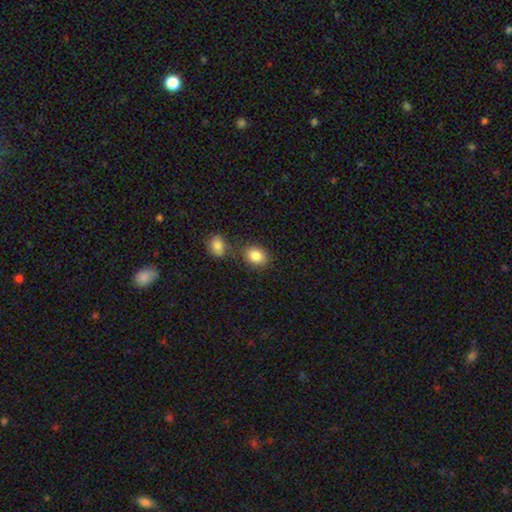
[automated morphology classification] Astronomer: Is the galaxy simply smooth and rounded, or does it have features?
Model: smooth — 85%.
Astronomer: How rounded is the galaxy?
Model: in between — 64%.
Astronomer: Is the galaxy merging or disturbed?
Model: none — 70%.